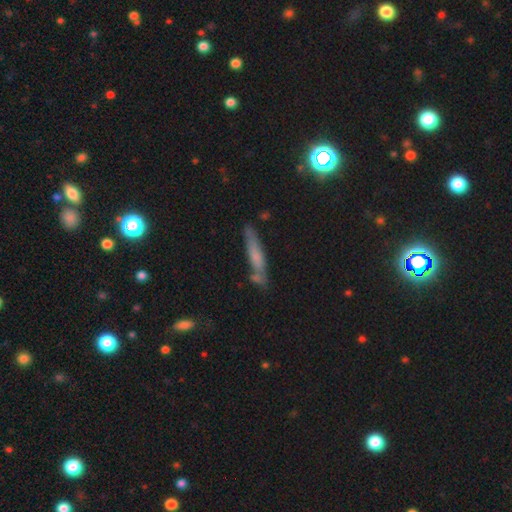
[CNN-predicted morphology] Smooth or featured: smooth — 60% (featured or disk — 31%)
How rounded: cigar-shaped — 88% (in between — 10%)
Merging: none — 66% (minor disturbance — 18%)